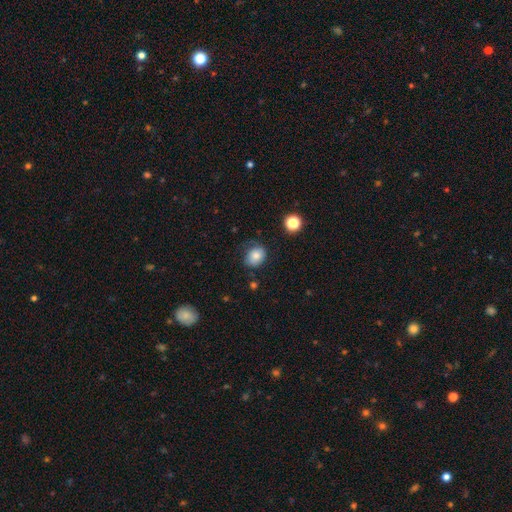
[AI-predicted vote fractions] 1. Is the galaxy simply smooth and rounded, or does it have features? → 77% smooth, 13% featured or disk, 10% star or artifact.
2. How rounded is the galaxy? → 50% round, 49% in between, 1% cigar-shaped.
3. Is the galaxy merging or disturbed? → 60% none, 27% minor disturbance, 11% major disturbance, 2% merger.